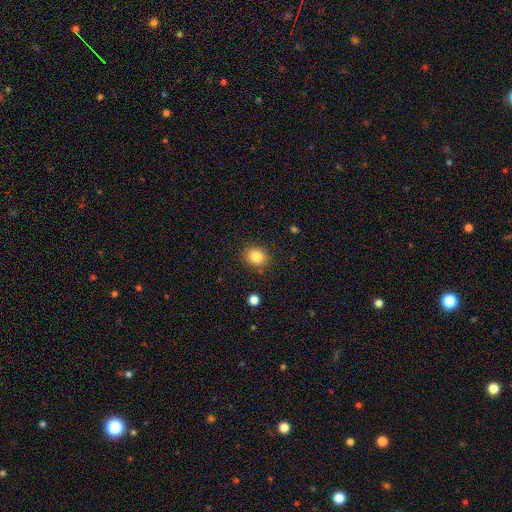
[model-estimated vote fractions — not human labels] Smooth or featured: smooth — 83% (star or artifact — 11%)
How rounded: round — 69% (in between — 30%)
Merging: none — 85% (minor disturbance — 10%)